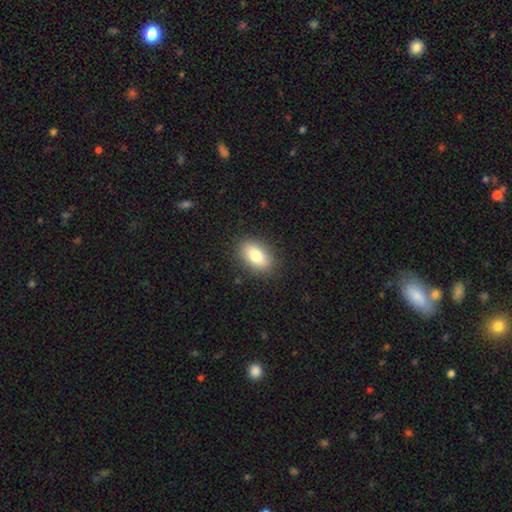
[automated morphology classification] Smooth or featured: smooth — 80% (featured or disk — 12%)
How rounded: in between — 88% (round — 10%)
Merging: none — 88% (minor disturbance — 8%)